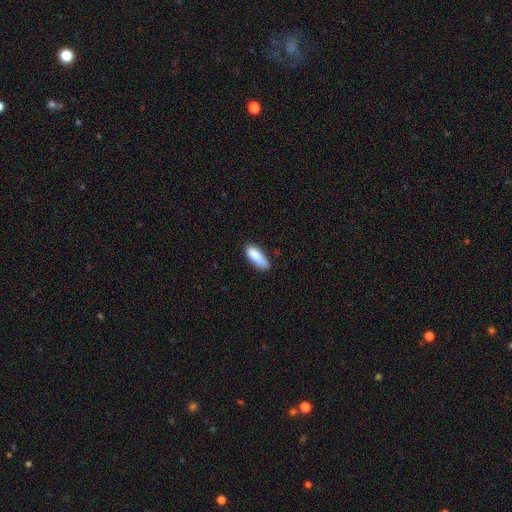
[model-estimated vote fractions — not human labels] Overall: smooth (88%). How rounded: in between (71%). Merging: none (72%).